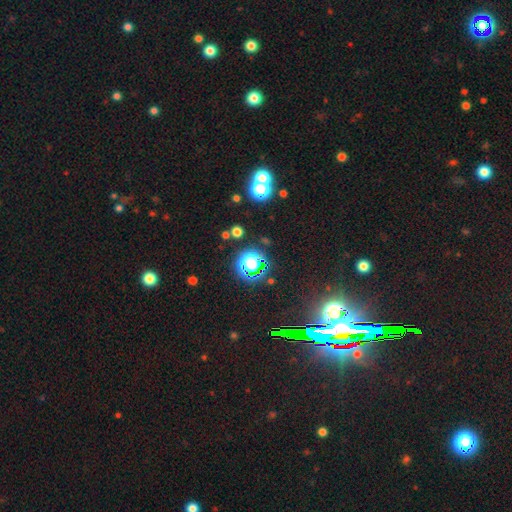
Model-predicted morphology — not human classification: Smooth or featured? Predicted: star or artifact (p=0.82).